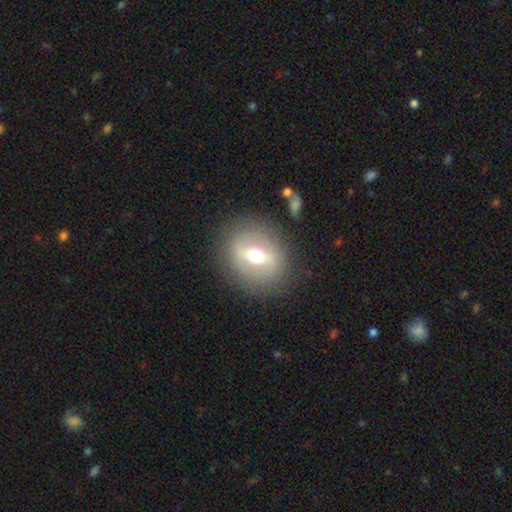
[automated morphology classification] smooth-or-featured: featured or disk: 56% | smooth: 35% | star or artifact: 8%
  disk-edge-on: no: 81% | yes: 19%
  merging: none: 85% | minor disturbance: 9% | major disturbance: 4% | merger: 2%